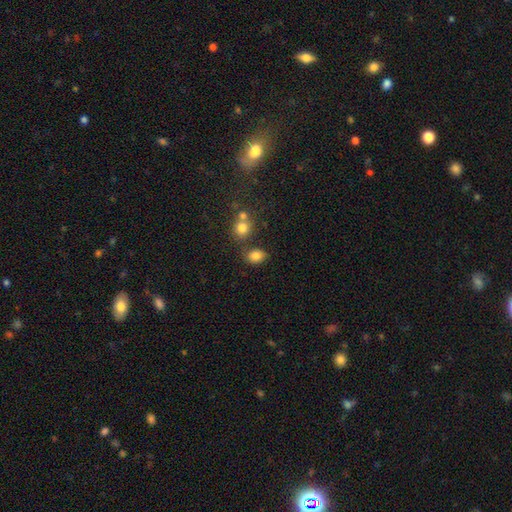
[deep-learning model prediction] Smooth or featured: smooth — 82% (star or artifact — 11%)
How rounded: in between — 65% (round — 34%)
Merging: none — 68% (minor disturbance — 14%)